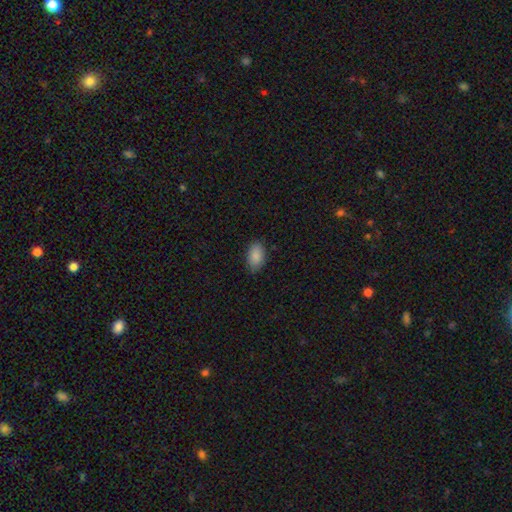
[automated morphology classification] Q: Smooth or featured?
A: smooth (87%); runner-up: star or artifact (7%)
Q: How rounded?
A: in between (92%); runner-up: round (6%)
Q: Merging?
A: none (83%); runner-up: minor disturbance (14%)